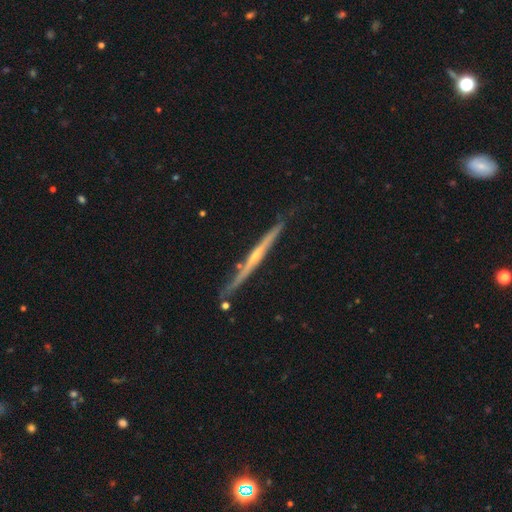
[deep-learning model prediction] This appears to be a featured or disk galaxy (80%) viewed edge-on (97%) with a rounded central bulge (62%). Merging: none (77%).